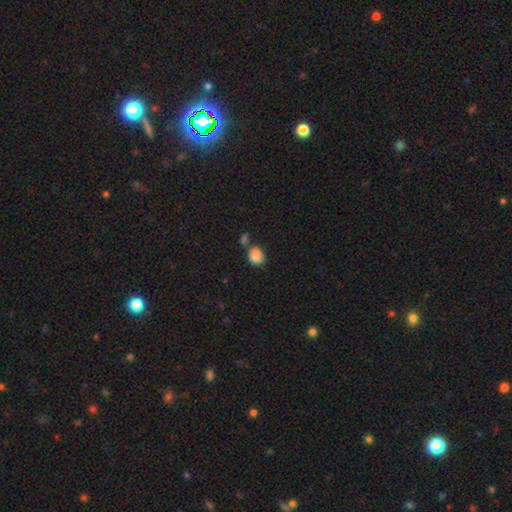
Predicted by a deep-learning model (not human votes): smooth-or-featured: smooth: 86% | star or artifact: 9% | featured or disk: 4%
  how-rounded: round: 58% | in between: 41% | cigar-shaped: 1%
  merging: none: 50% | merger: 27% | minor disturbance: 17% | major disturbance: 6%